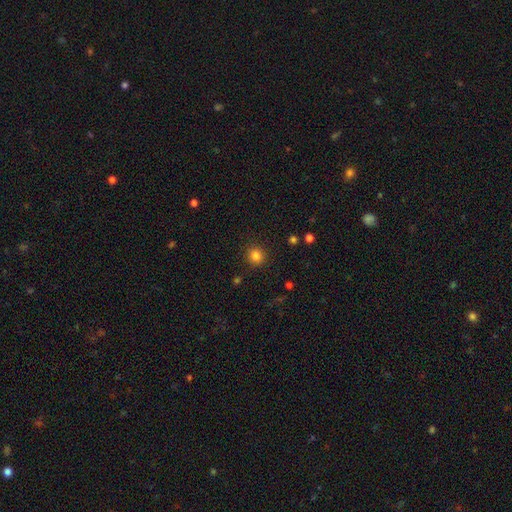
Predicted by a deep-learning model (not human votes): smooth_or_featured: smooth (p=0.83) [alt: star or artifact p=0.12]
how_rounded: round (p=0.91) [alt: in between p=0.08]
merging: none (p=0.90) [alt: minor disturbance p=0.06]